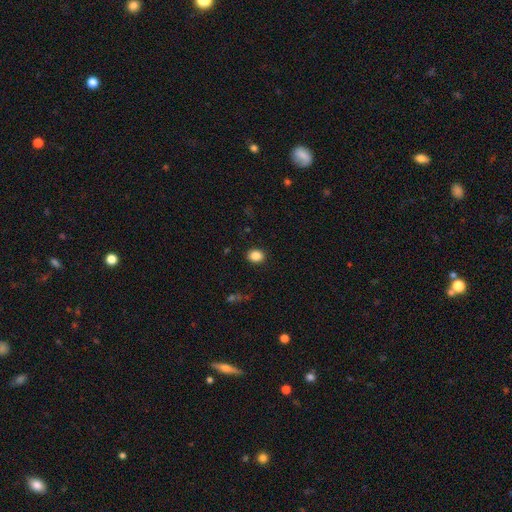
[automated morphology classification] smooth-or-featured: smooth: 87% | star or artifact: 9% | featured or disk: 4%
  how-rounded: round: 54% | in between: 45% | cigar-shaped: 1%
  merging: none: 90% | minor disturbance: 7% | major disturbance: 2% | merger: 1%